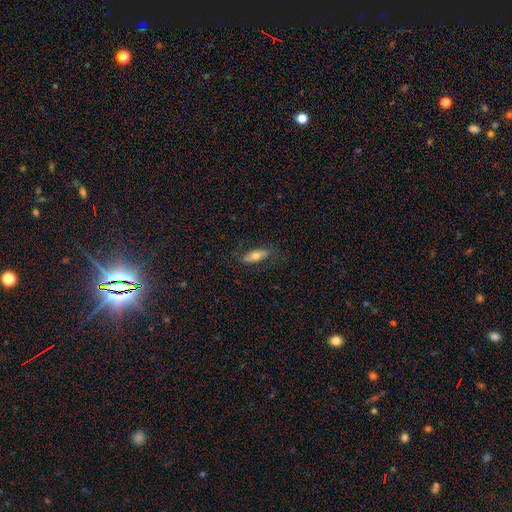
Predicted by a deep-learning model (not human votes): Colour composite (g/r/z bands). It shows a smooth galaxy with no disk features (56%) that is in between round and cigar-shaped (62%). Merging: none (75%).